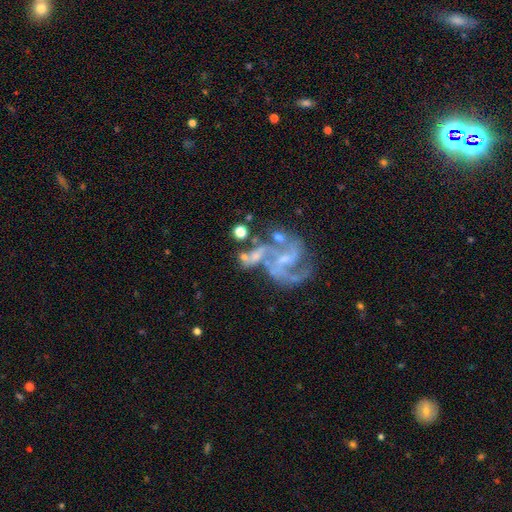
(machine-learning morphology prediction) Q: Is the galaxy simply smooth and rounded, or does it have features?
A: featured or disk — 74%.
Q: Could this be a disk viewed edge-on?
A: no — 98%.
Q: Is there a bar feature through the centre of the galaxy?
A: no — 54%.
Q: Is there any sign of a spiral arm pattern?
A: yes — 77%.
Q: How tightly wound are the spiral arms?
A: medium — 45%.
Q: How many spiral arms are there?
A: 2 — 36%.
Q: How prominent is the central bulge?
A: small — 43%.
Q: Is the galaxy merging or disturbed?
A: none — 31%.